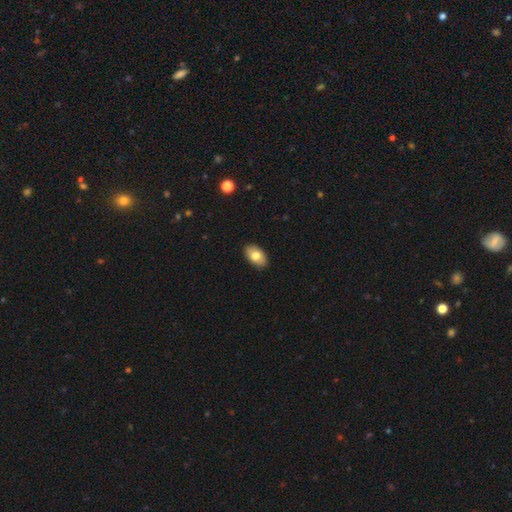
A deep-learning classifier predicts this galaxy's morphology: type=smooth (78%); roundness=in between (93%); merging=none (89%).